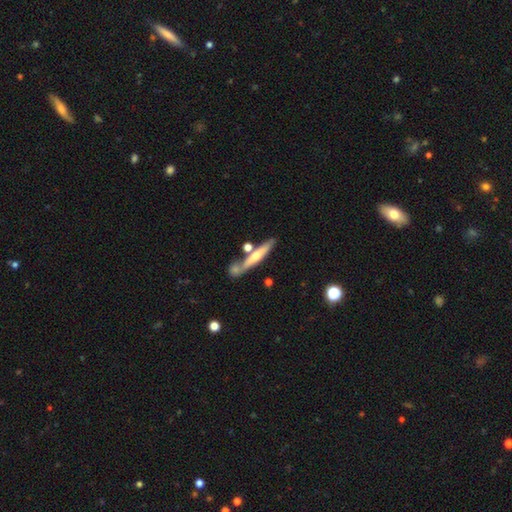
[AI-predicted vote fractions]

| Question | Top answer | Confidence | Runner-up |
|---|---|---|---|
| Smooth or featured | featured or disk | 53% | smooth (40%) |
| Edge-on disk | yes | 91% | no (9%) |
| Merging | none | 66% | merger (17%) |